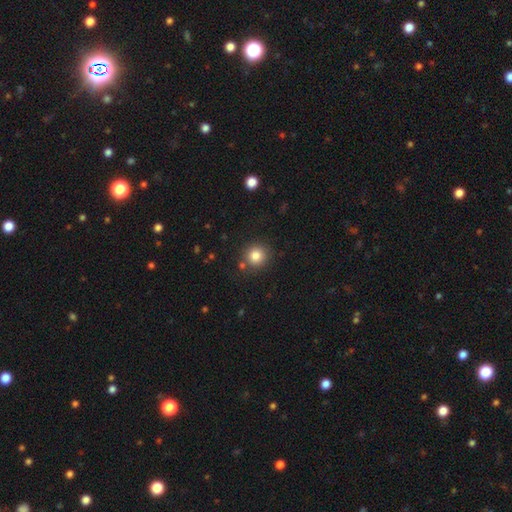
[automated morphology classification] type=smooth (83%); roundness=round (92%); merging=none (83%).